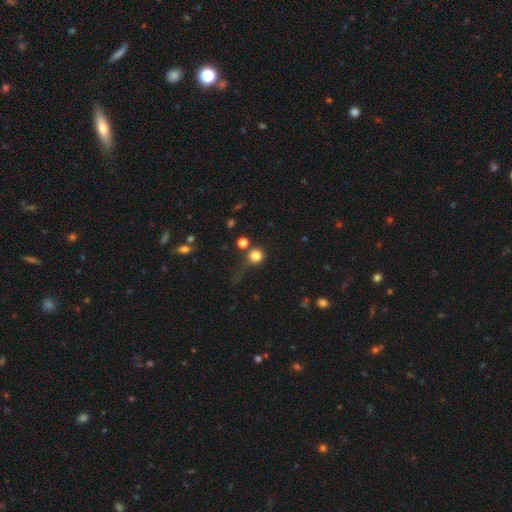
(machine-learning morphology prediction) This is likely a smooth galaxy (80%). How rounded: clearly round (91%). Merging: likely none (64%).